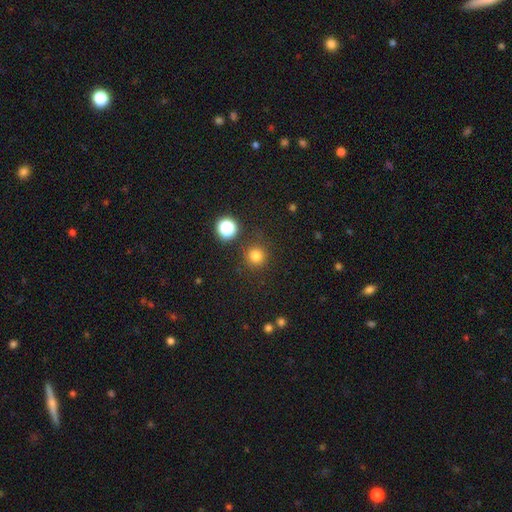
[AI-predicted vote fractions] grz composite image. It shows a smooth galaxy with no disk features (79%) that is round (94%). Merging: none (85%).